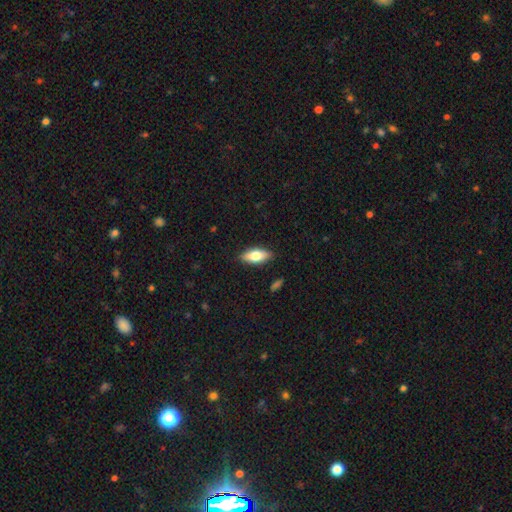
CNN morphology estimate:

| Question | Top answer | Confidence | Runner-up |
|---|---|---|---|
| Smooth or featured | smooth | 70% | featured or disk (24%) |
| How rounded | in between | 79% | cigar-shaped (18%) |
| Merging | none | 87% | minor disturbance (10%) |